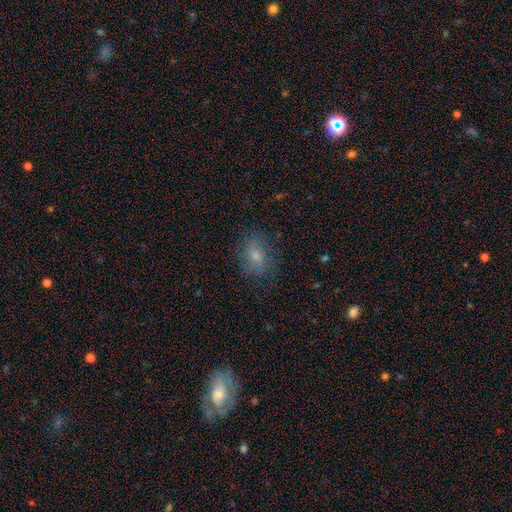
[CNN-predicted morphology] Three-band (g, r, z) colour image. It shows a smooth galaxy with no disk features (58%) that is in between round and cigar-shaped (71%). Merging: none (77%).